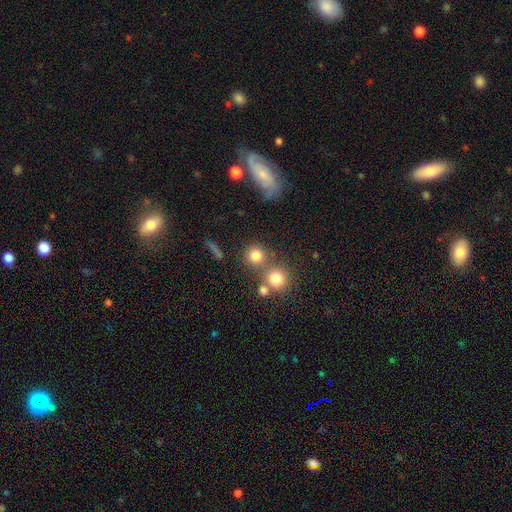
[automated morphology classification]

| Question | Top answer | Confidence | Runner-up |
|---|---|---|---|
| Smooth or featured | smooth | 79% | star or artifact (13%) |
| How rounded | round | 89% | in between (10%) |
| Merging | none | 63% | merger (24%) |